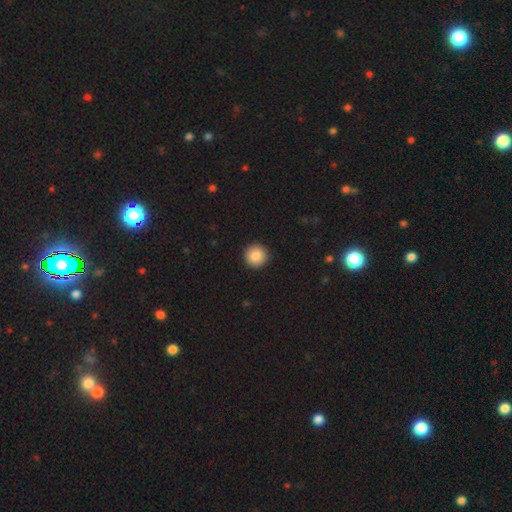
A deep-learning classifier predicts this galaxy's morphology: type=smooth (88%); roundness=round (96%); merging=none (93%).